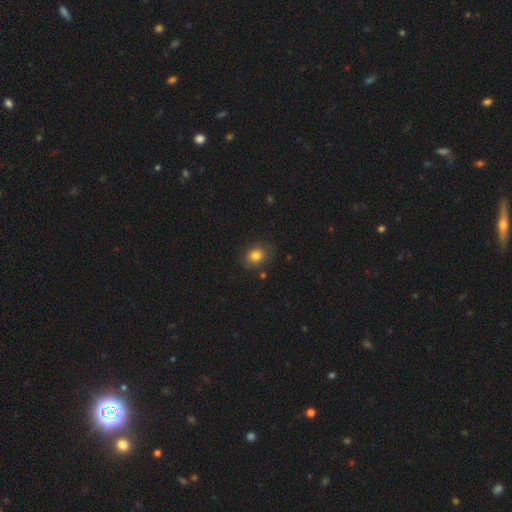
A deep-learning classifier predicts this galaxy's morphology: A smooth galaxy with no disk features (81%) that is round (50%).

Vote fractions:
- Smooth or featured? smooth: 81% / star or artifact: 11% / featured or disk: 8%
- How rounded? round: 50% / in between: 49% / cigar-shaped: 1%
- Merging? none: 81% / minor disturbance: 14% / major disturbance: 3% / merger: 2%